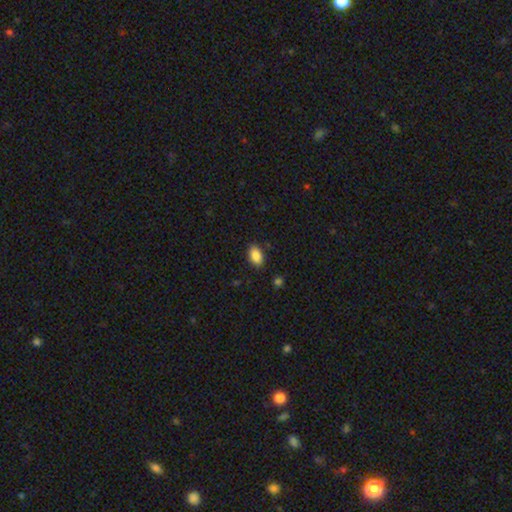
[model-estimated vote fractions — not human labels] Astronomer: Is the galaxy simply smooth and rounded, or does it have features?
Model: smooth — 88%.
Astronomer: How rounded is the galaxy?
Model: in between — 91%.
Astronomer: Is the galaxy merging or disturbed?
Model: none — 88%.